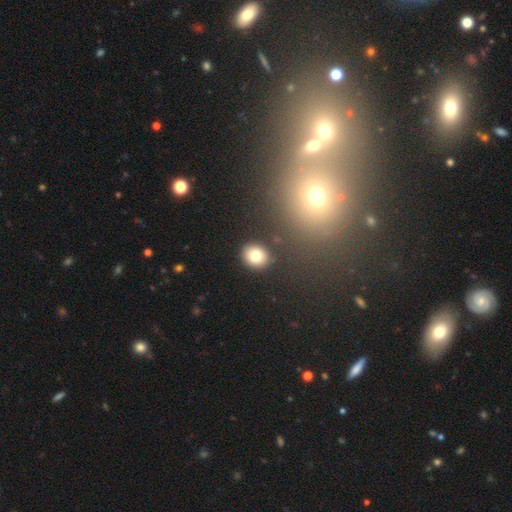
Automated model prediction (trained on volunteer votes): Q: Smooth or featured?
A: smooth (78%); runner-up: star or artifact (11%)
Q: How rounded?
A: round (66%); runner-up: in between (33%)
Q: Merging?
A: none (88%); runner-up: minor disturbance (7%)